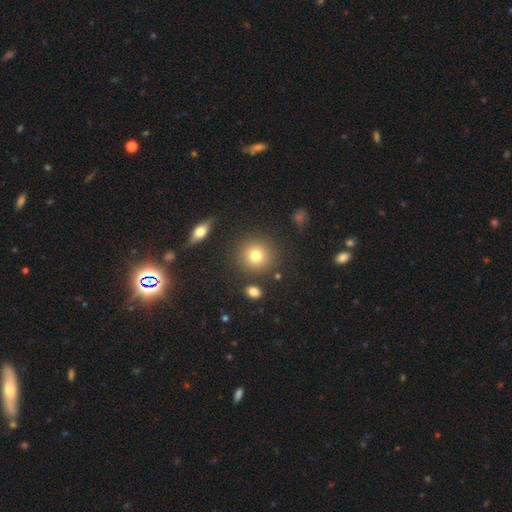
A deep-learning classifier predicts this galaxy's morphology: This appears to be a smooth galaxy with no disk features (78%) that is round (90%). Merging: none (85%).